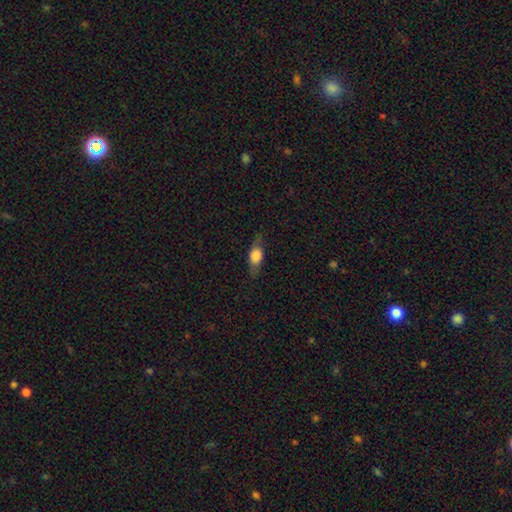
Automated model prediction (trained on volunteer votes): Smooth or featured: smooth — 63% (featured or disk — 29%)
How rounded: in between — 68% (cigar-shaped — 19%)
Merging: none — 73% (minor disturbance — 19%)